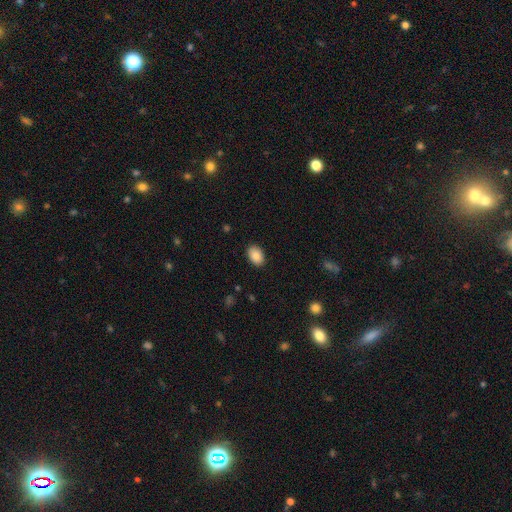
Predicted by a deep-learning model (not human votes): Morphology: type=smooth (88%); roundness=in between (87%); merging=none (89%).